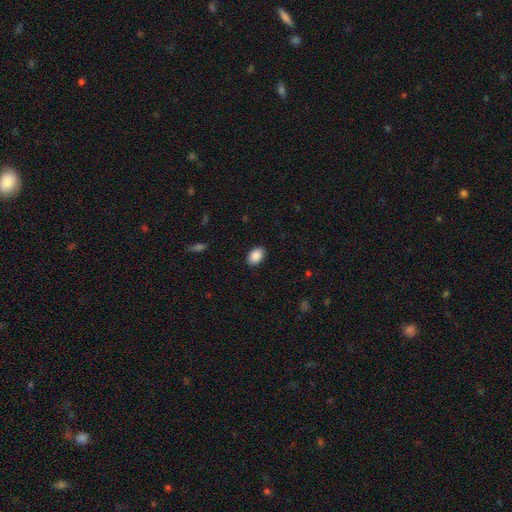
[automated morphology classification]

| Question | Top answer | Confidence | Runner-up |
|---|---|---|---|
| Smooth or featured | smooth | 89% | star or artifact (7%) |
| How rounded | in between | 85% | round (14%) |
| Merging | none | 89% | minor disturbance (8%) |